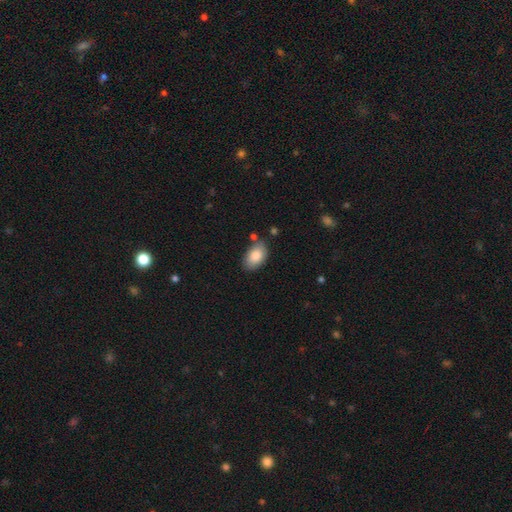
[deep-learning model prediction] smooth_or_featured: smooth (p=0.85) [alt: featured or disk p=0.08]
how_rounded: in between (p=0.92) [alt: round p=0.07]
merging: none (p=0.76) [alt: minor disturbance p=0.16]